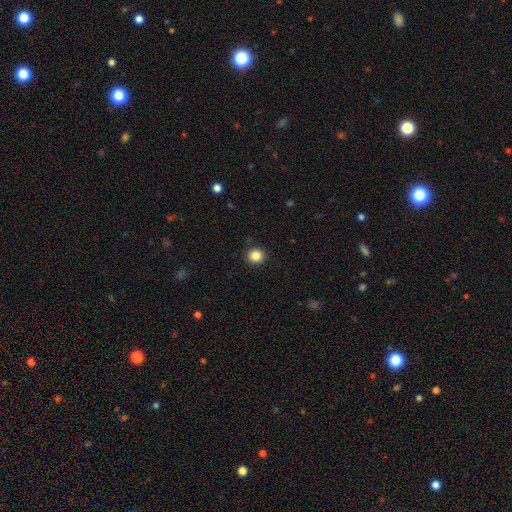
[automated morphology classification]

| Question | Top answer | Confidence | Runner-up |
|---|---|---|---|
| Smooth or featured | smooth | 85% | star or artifact (11%) |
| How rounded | round | 88% | in between (11%) |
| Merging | none | 92% | minor disturbance (5%) |